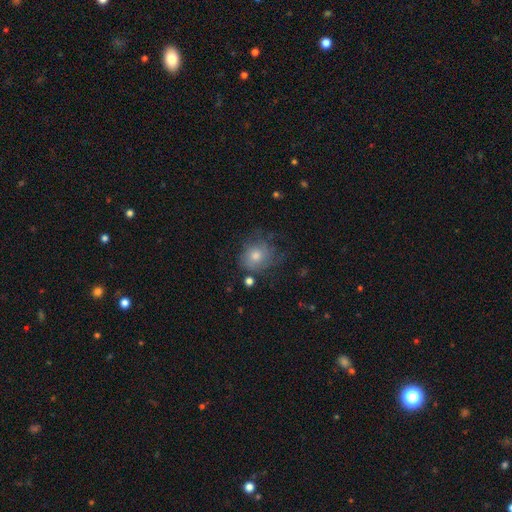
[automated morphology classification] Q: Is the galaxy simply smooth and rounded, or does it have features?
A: smooth — 57%.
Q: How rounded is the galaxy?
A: round — 73%.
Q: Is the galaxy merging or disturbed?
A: none — 59%.